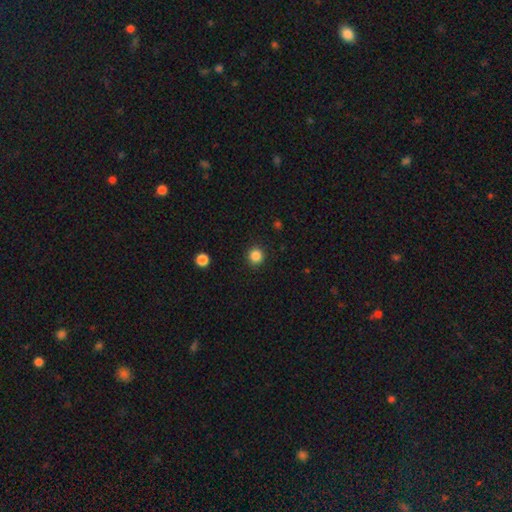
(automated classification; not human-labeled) Morphology: type=smooth (85%); roundness=round (93%); merging=none (92%).